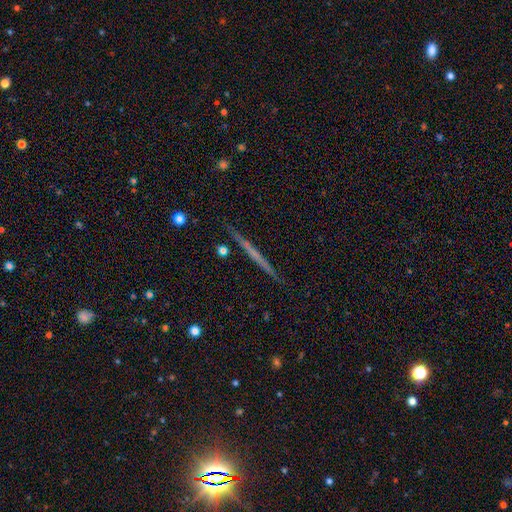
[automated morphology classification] Smooth or featured?
  - featured or disk: 58% *
  - smooth: 35%
  - star or artifact: 7%
Edge-on disk?
  - yes: 98% *
  - no: 2%
Edge-on bulge?
  - none: 89% *
  - rounded: 7%
  - boxy: 4%
Merging?
  - none: 91% *
  - minor disturbance: 7%
  - major disturbance: 1%
  - merger: 1%